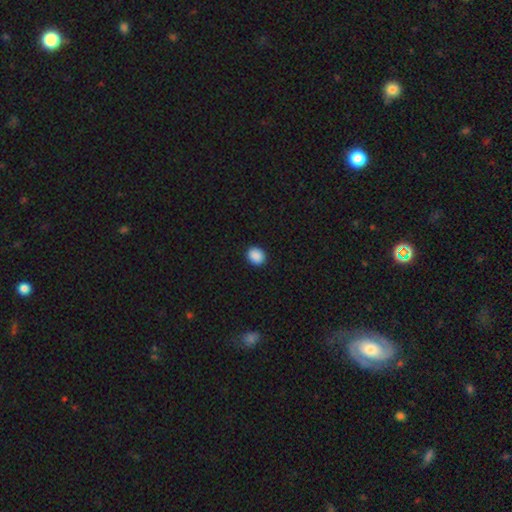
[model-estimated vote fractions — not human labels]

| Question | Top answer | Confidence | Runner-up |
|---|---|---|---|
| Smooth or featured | smooth | 89% | star or artifact (8%) |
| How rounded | round | 66% | in between (33%) |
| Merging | none | 91% | minor disturbance (6%) |